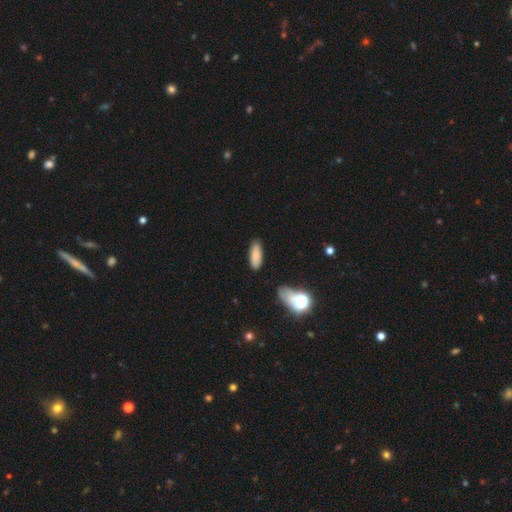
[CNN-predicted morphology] smooth 84%, star or artifact 9%, featured or disk 8%. Down the decision tree: how rounded — in between (73%); merging — none (84%).